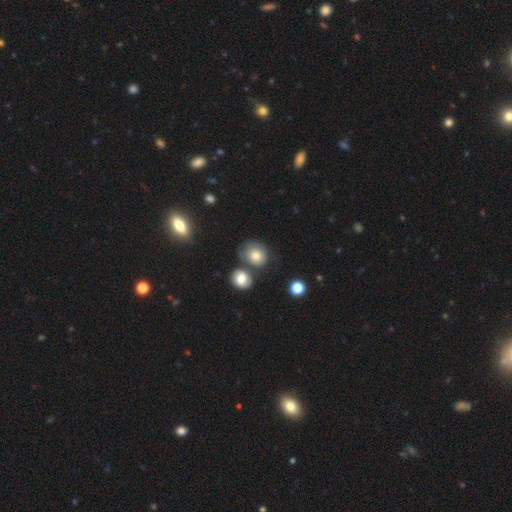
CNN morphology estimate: Smooth or featured? smooth (75%)
How rounded? round (67%)
Merging? none (54%)